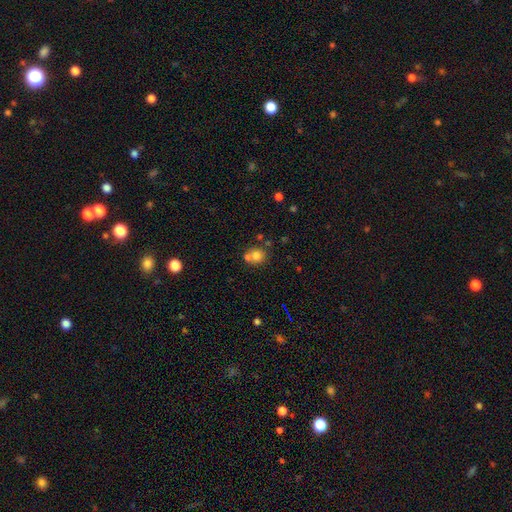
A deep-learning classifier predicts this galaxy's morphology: type=smooth (74%); roundness=round (81%); merging=none (51%).